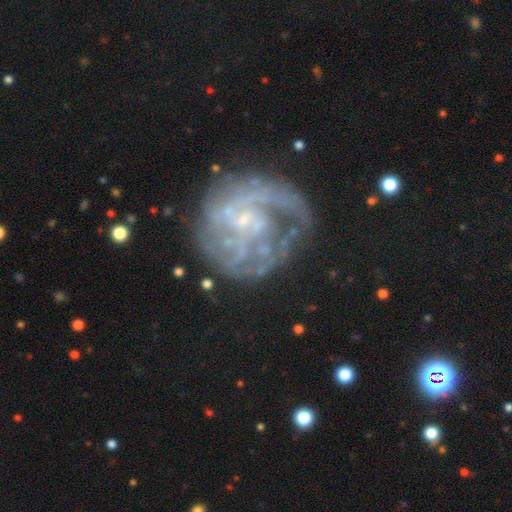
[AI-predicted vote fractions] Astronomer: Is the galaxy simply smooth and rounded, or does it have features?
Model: featured or disk — 77%.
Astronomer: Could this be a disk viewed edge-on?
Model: no — 98%.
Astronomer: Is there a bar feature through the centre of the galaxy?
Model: no — 60%.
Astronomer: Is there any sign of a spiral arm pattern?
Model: yes — 78%.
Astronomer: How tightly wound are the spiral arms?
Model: tight — 47% (runner-up: medium, 35%).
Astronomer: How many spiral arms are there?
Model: can't tell — 44%.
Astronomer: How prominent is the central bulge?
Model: small — 65%.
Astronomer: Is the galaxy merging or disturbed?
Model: none — 60%.